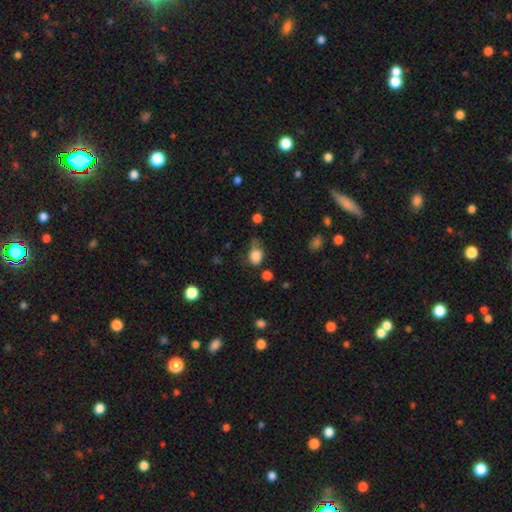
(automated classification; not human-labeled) Overall: smooth (82%). How rounded: in between (58%; round 40%). Merging: minor disturbance (39%; none 34%).